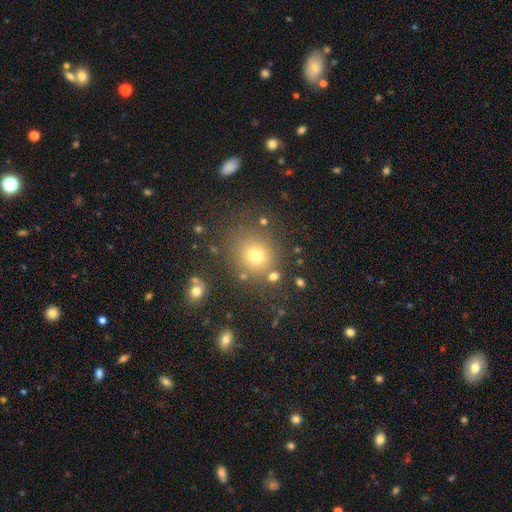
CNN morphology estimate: A smooth galaxy with no disk features (71%) that is round (84%). Merging: none (79%).